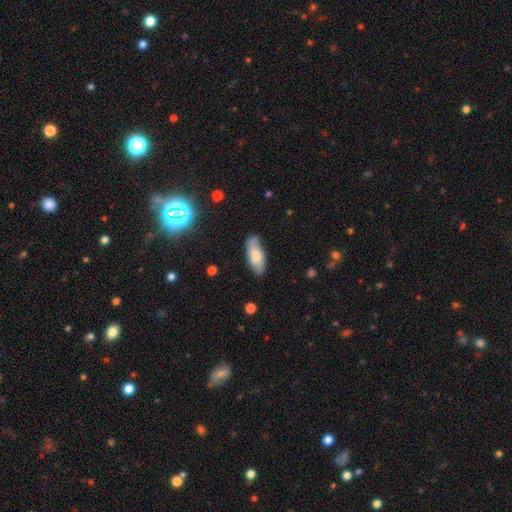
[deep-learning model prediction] Q: Smooth or featured?
A: smooth (70%); runner-up: featured or disk (23%)
Q: How rounded?
A: in between (79%); runner-up: cigar-shaped (19%)
Q: Merging?
A: none (78%); runner-up: minor disturbance (17%)